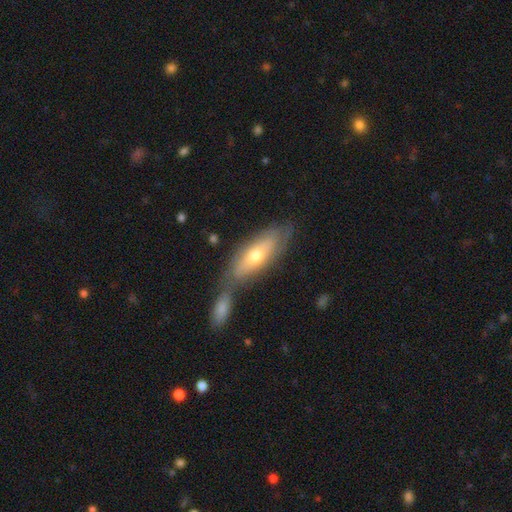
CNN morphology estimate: smooth_or_featured: smooth (p=0.58) [alt: featured or disk p=0.36]
how_rounded: in between (p=0.62) [alt: cigar-shaped p=0.35]
merging: none (p=0.48) [alt: merger p=0.33]